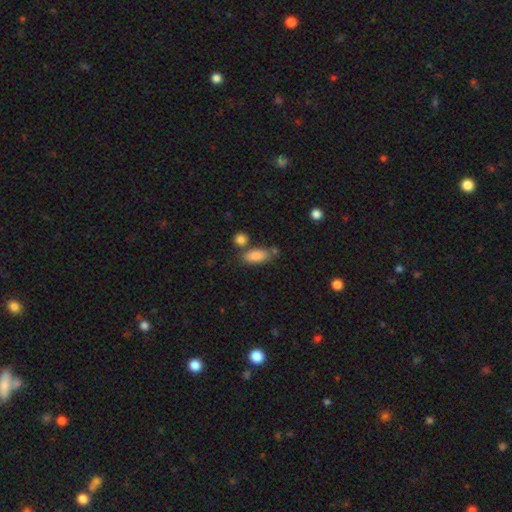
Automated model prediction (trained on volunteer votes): Overall: smooth (85%). How rounded: in between (82%). Merging: none (64%).